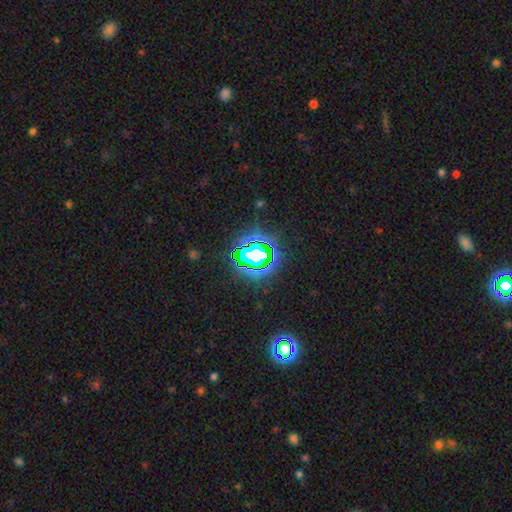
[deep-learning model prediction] Smooth or featured? star or artifact (74%)